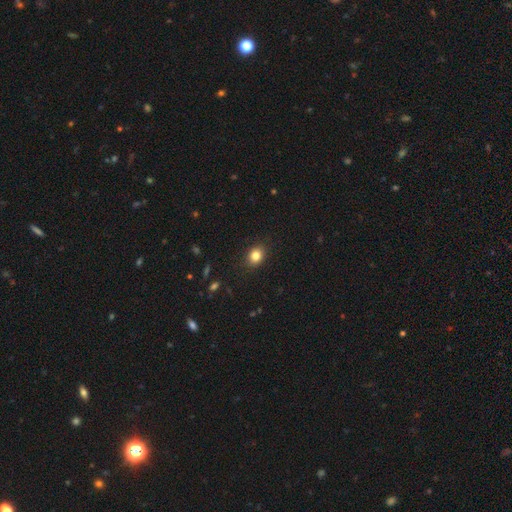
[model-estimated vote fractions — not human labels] smooth 83%, star or artifact 11%, featured or disk 6%. Down the decision tree: how rounded — round (53%); merging — none (88%).